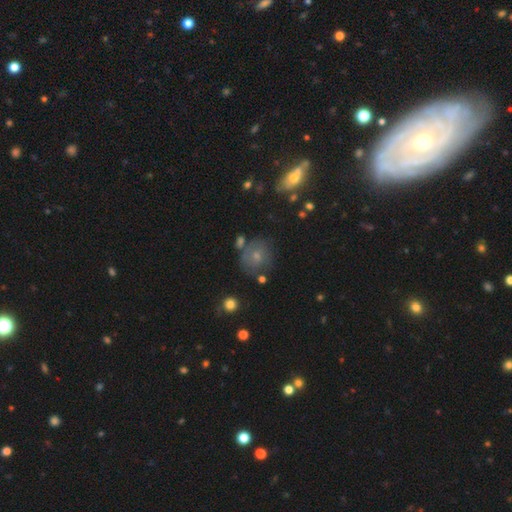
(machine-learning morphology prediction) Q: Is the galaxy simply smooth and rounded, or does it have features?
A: smooth — 60%.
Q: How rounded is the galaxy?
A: round — 80%.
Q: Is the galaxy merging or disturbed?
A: none — 64%.